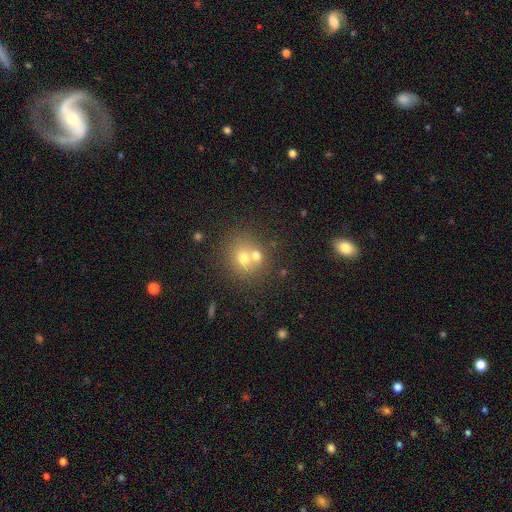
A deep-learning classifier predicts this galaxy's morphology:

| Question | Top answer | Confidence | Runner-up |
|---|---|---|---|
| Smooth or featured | smooth | 66% | featured or disk (20%) |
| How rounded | round | 76% | in between (23%) |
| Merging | merger | 48% | none (41%) |